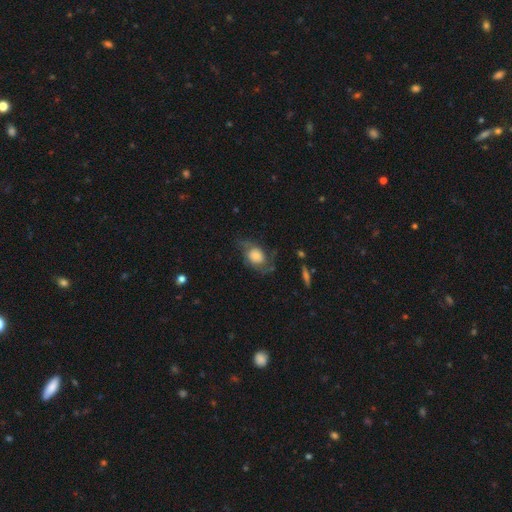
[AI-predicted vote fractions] featured or disk 50%, smooth 43%, star or artifact 8%. Down the decision tree: merging — none (50%).